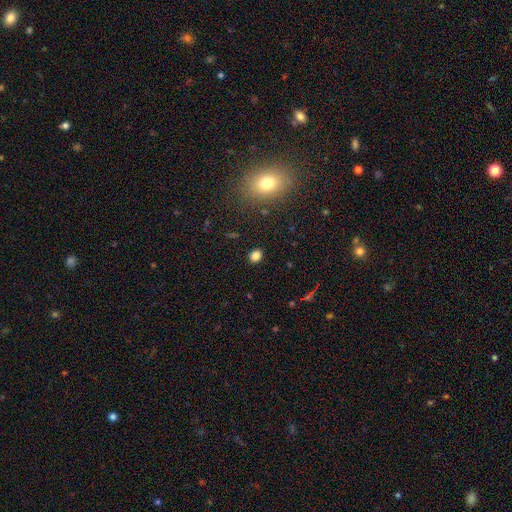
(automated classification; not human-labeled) This is clearly a smooth galaxy (82%). How rounded: possibly round (58%). Merging: clearly none (90%).